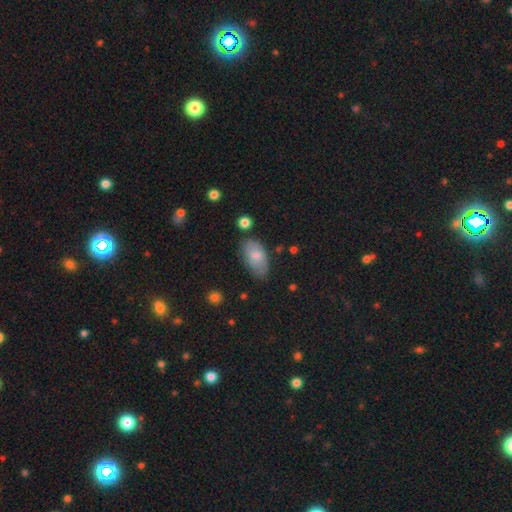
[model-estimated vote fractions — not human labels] Smooth or featured: smooth — 77% (featured or disk — 17%)
How rounded: in between — 94% (round — 3%)
Merging: none — 68% (minor disturbance — 24%)